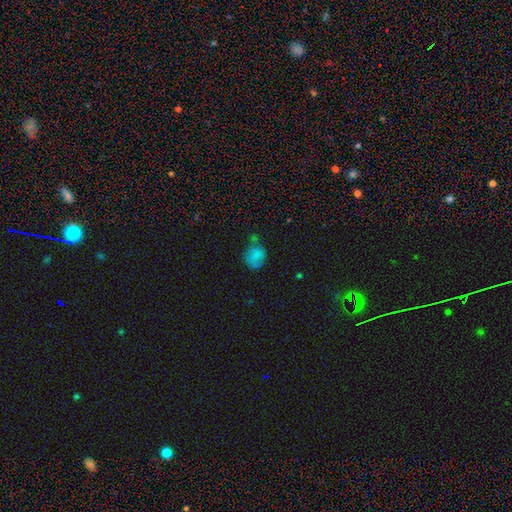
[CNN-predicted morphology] Smooth or featured?
  - smooth: 75% *
  - star or artifact: 13%
  - featured or disk: 11%
How rounded?
  - round: 63% *
  - in between: 36%
  - cigar-shaped: 1%
Merging?
  - none: 48% *
  - minor disturbance: 29%
  - major disturbance: 13%
  - merger: 10%